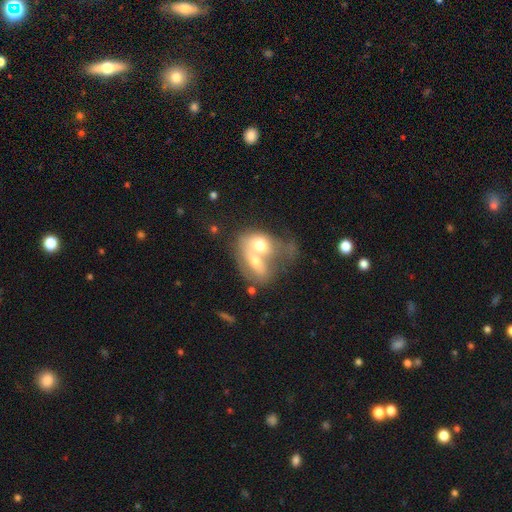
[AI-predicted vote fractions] Q: Smooth or featured?
A: smooth (49%); runner-up: featured or disk (42%)
Q: Merging?
A: merger (81%); runner-up: none (8%)